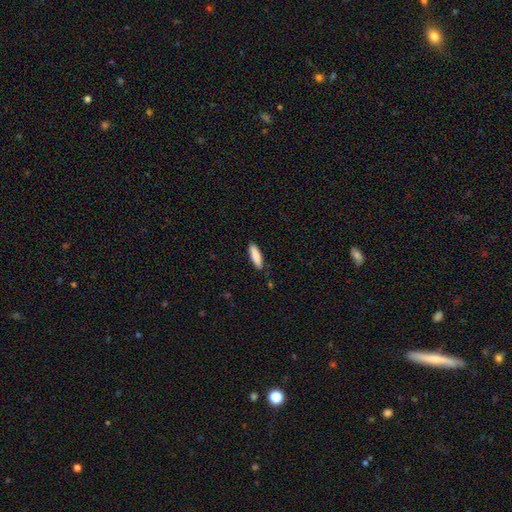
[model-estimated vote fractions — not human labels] Smooth or featured? Predicted: smooth (p=0.85). How rounded? Predicted: cigar-shaped (p=0.59). Merging? Predicted: none (p=0.86).